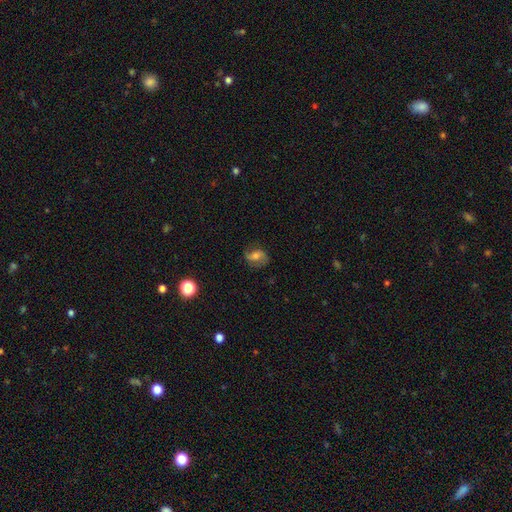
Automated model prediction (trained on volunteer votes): Smooth or featured: featured or disk — 64% (smooth — 26%)
Edge-on disk: no — 97% (yes — 3%)
Bar: no — 49% (weak — 37%)
Spiral arms: yes — 92% (no — 8%)
Spiral winding: medium — 43% (loose — 41%)
Spiral arm count: 2 — 88% (can't tell — 5%)
Bulge size: moderate — 57% (small — 31%)
Merging: none — 75% (minor disturbance — 17%)